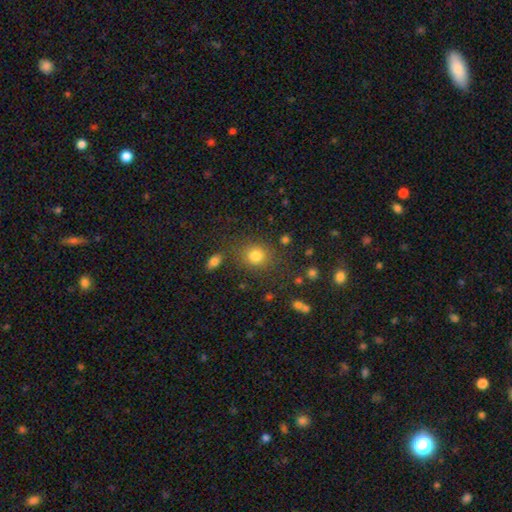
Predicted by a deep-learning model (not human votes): smooth-or-featured: smooth: 79% | star or artifact: 13% | featured or disk: 7%
  how-rounded: round: 78% | in between: 21% | cigar-shaped: 1%
  merging: none: 79% | minor disturbance: 11% | merger: 5% | major disturbance: 5%